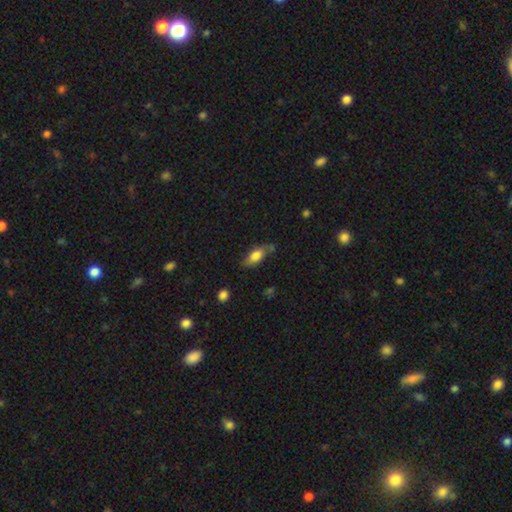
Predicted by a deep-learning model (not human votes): Smooth or featured: smooth — 75% (featured or disk — 18%)
How rounded: in between — 83% (cigar-shaped — 14%)
Merging: none — 64% (minor disturbance — 25%)